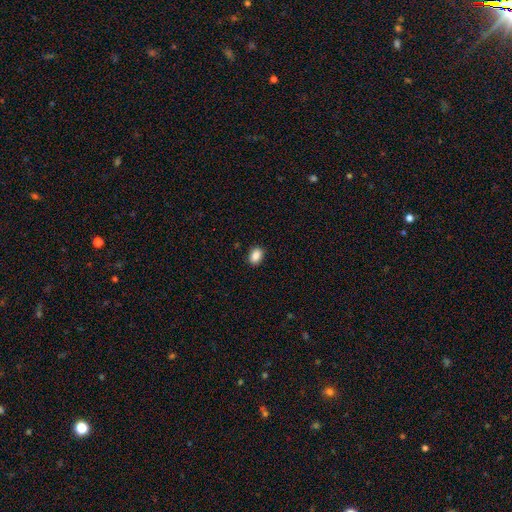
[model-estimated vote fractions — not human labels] Morphology: type=smooth (88%); roundness=in between (77%); merging=none (89%).